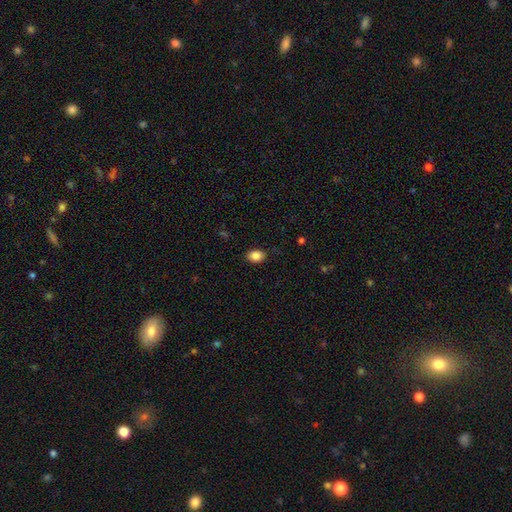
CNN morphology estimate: A smooth galaxy with no disk features (87%) that is in between round and cigar-shaped (74%). Merging: none (86%).